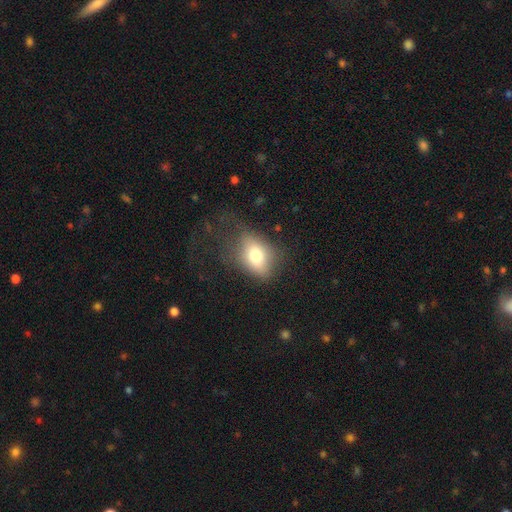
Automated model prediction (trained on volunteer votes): smooth-or-featured: smooth: 73% | featured or disk: 16% | star or artifact: 10%
  how-rounded: in between: 74% | round: 24% | cigar-shaped: 2%
  merging: none: 53% | minor disturbance: 25% | major disturbance: 20% | merger: 2%